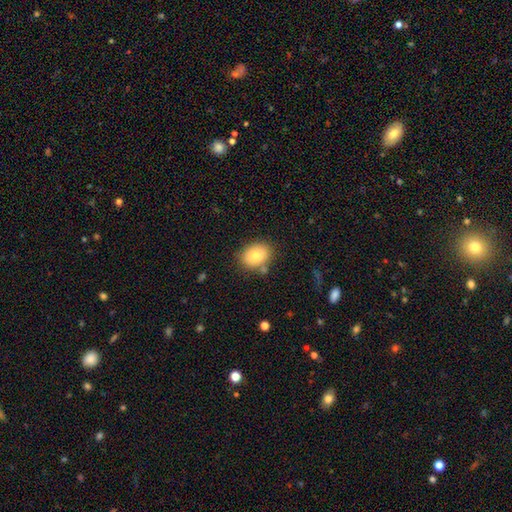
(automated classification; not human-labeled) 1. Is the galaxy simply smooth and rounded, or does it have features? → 81% smooth, 11% featured or disk, 8% star or artifact.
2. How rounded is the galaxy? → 67% in between, 32% round, 1% cigar-shaped.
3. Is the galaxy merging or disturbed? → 77% none, 13% minor disturbance, 6% merger, 3% major disturbance.